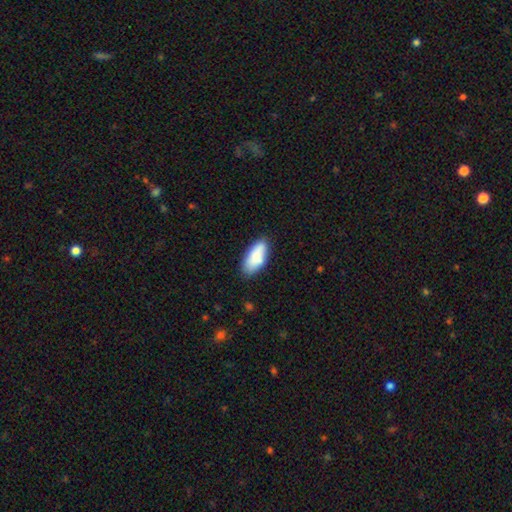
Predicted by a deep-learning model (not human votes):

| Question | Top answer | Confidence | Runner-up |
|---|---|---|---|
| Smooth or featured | smooth | 84% | featured or disk (10%) |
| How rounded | in between | 86% | cigar-shaped (12%) |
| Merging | none | 78% | minor disturbance (16%) |